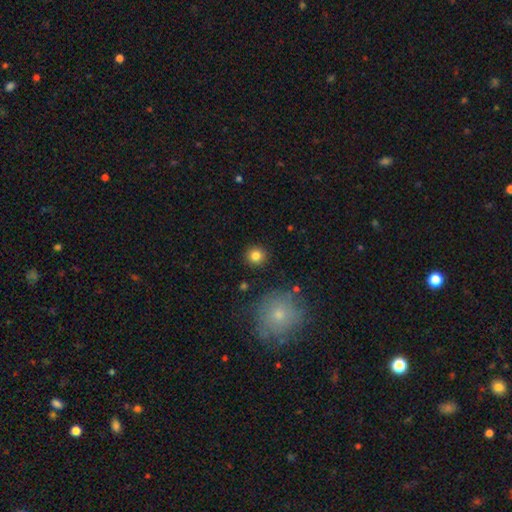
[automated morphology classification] smooth-or-featured: smooth: 83% | star or artifact: 11% | featured or disk: 6%
  how-rounded: round: 94% | in between: 5% | cigar-shaped: 1%
  merging: none: 90% | minor disturbance: 6% | major disturbance: 2% | merger: 2%